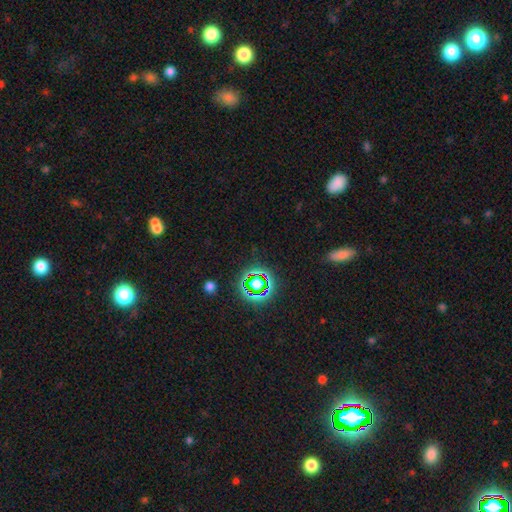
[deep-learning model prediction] A star or artifact, not a galaxy (70%).

Vote fractions:
- Smooth or featured? star or artifact: 70% / smooth: 20% / featured or disk: 10%